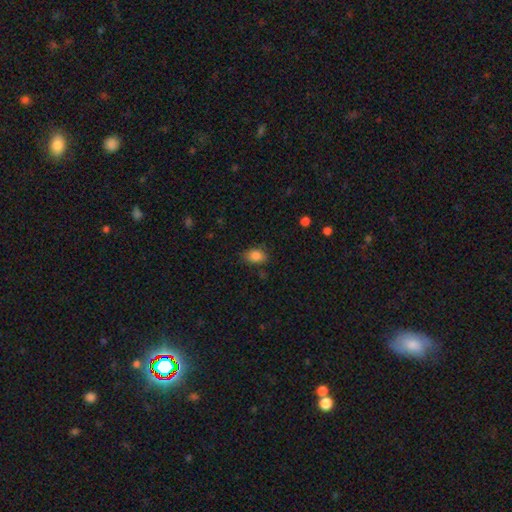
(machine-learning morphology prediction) A smooth galaxy with no disk features (86%) that is in between round and cigar-shaped (78%). Merging: none (74%).